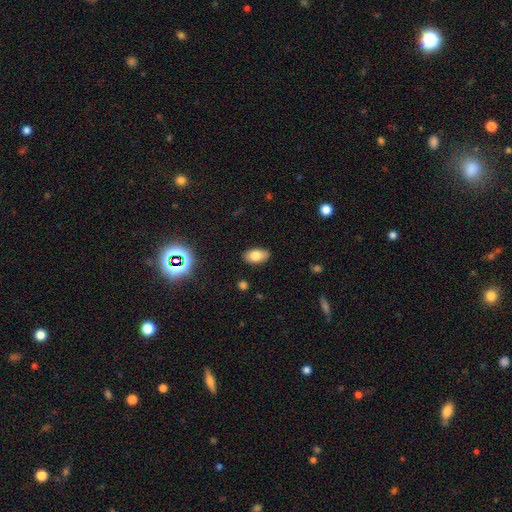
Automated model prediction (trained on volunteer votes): The model was most divided on "smooth or featured": smooth: 78%, featured or disk: 12%, star or artifact: 10%. More confident: how rounded — in between (92%); merging — none (87%).